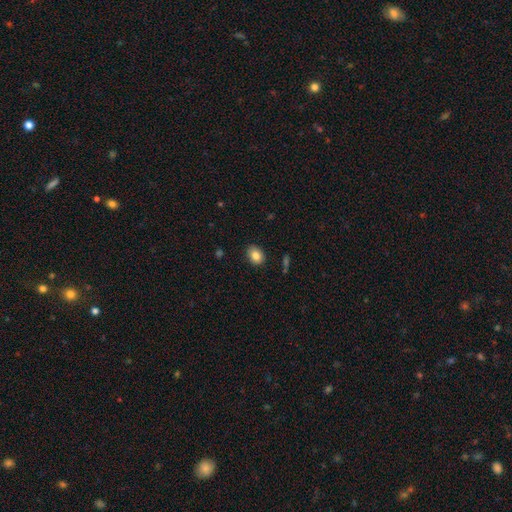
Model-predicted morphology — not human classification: This appears to be a smooth galaxy with no disk features (83%) that is in between round and cigar-shaped (60%). Merging: none (87%).